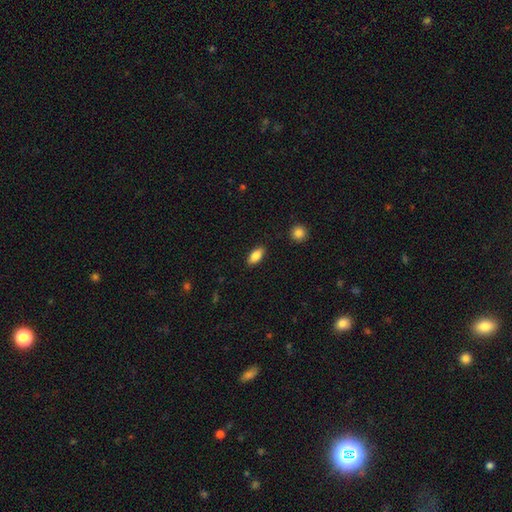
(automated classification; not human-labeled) Smooth or featured: smooth — 84% (featured or disk — 9%)
How rounded: in between — 89% (cigar-shaped — 8%)
Merging: none — 89% (minor disturbance — 8%)